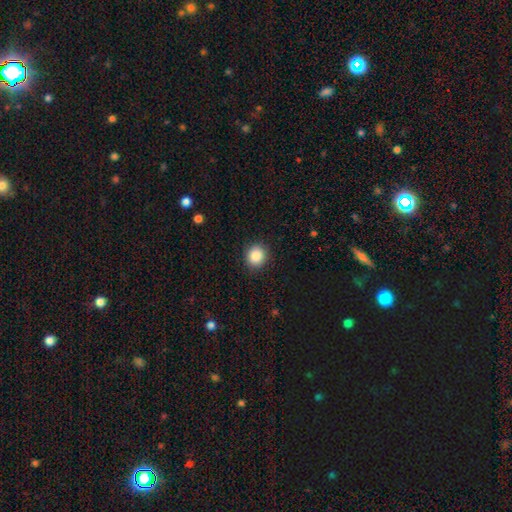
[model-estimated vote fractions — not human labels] Morphology: type=smooth (87%); roundness=round (84%); merging=none (90%).